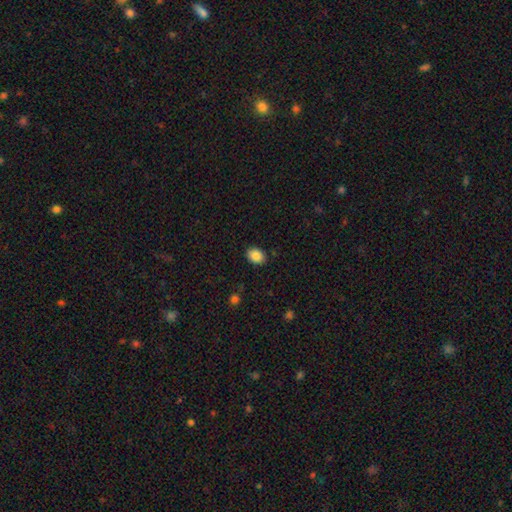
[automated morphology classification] Smooth or featured: smooth — 87% (star or artifact — 8%)
How rounded: in between — 71% (round — 28%)
Merging: none — 88% (minor disturbance — 9%)